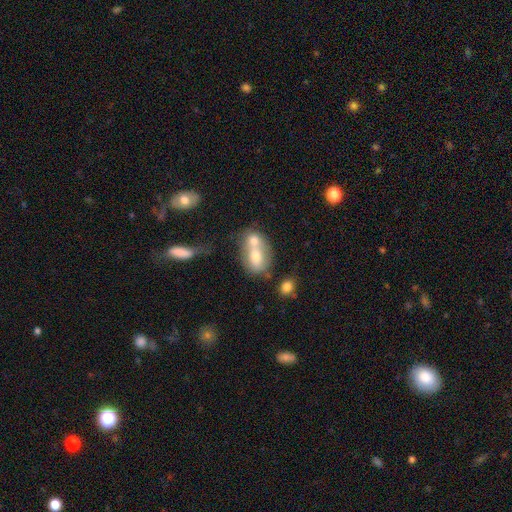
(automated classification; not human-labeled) Smooth or featured? smooth (65%)
How rounded? in between (73%)
Merging? merger (67%)